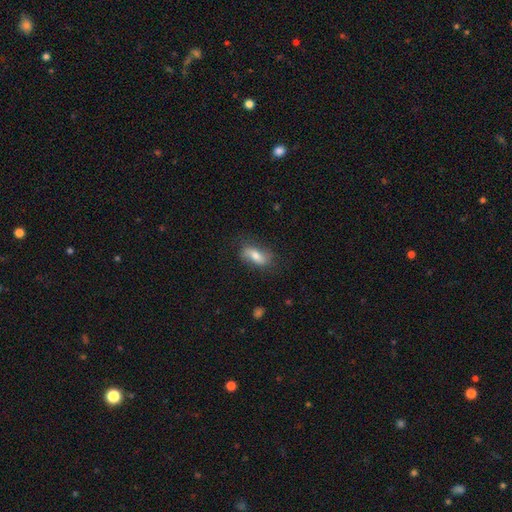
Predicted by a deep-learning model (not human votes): Overall: smooth (64%; featured or disk 29%). How rounded: in between (79%). Merging: none (71%).